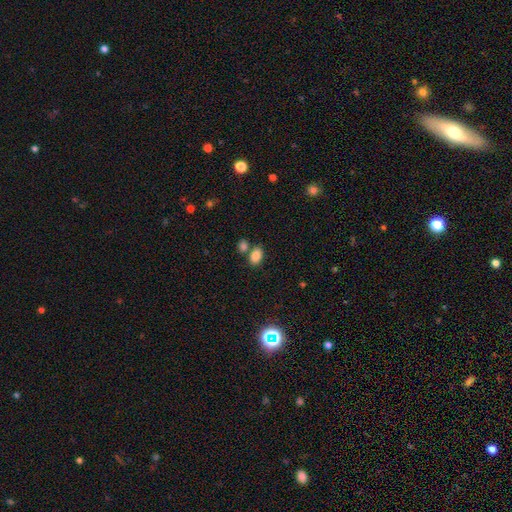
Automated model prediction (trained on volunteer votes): The model was most divided on "merging": none: 61%, merger: 24%, minor disturbance: 11%, major disturbance: 4%. More confident: how rounded — in between (86%); smooth or featured — smooth (84%).